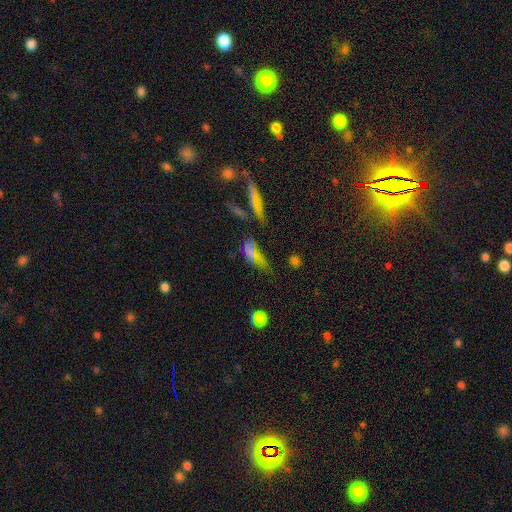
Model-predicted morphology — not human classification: The model was most divided on "merging": none: 45%, minor disturbance: 24%, major disturbance: 19%, merger: 12%. More confident: how rounded — in between (64%); smooth or featured — smooth (53%).